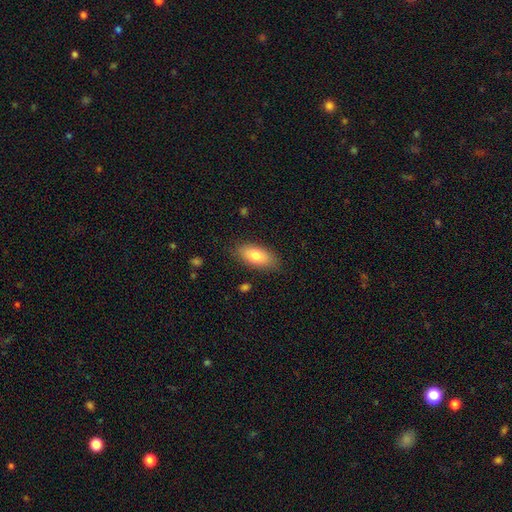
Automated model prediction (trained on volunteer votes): Smooth or featured? smooth (78%)
How rounded? in between (87%)
Merging? none (84%)